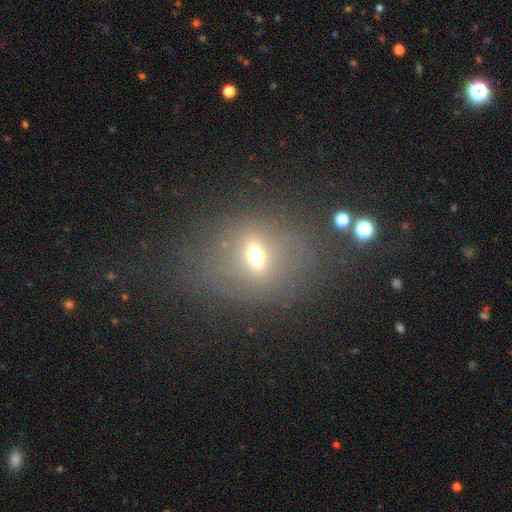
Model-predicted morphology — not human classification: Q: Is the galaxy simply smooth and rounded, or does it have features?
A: smooth — 51%.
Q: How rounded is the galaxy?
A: in between — 51%.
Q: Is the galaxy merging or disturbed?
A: none — 65%.